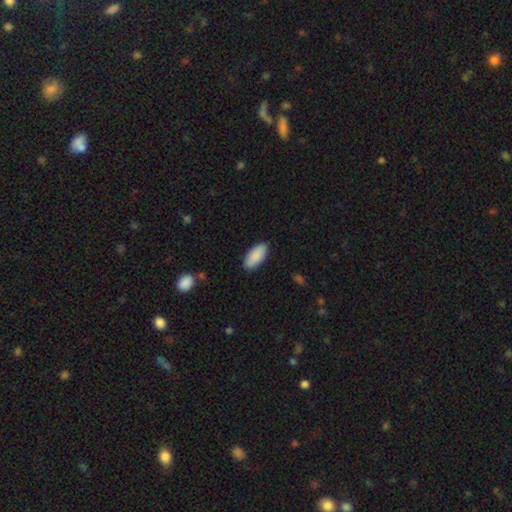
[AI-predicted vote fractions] Smooth or featured? smooth (90%)
How rounded? in between (90%)
Merging? none (87%)